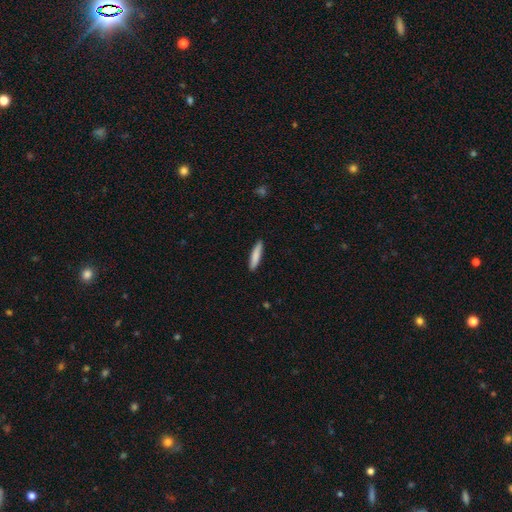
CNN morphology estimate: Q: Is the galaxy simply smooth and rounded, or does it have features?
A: smooth — 84%.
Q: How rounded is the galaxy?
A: cigar-shaped — 88%.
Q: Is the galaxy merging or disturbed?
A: none — 91%.